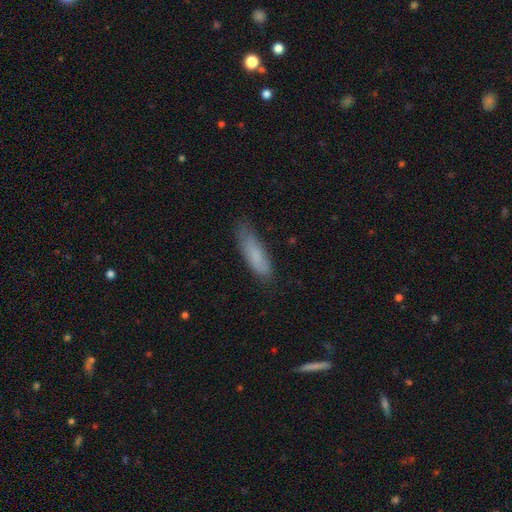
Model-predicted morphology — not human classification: This appears to be a smooth galaxy with no disk features (79%) that is cigar-shaped (54%). Merging: none (64%).